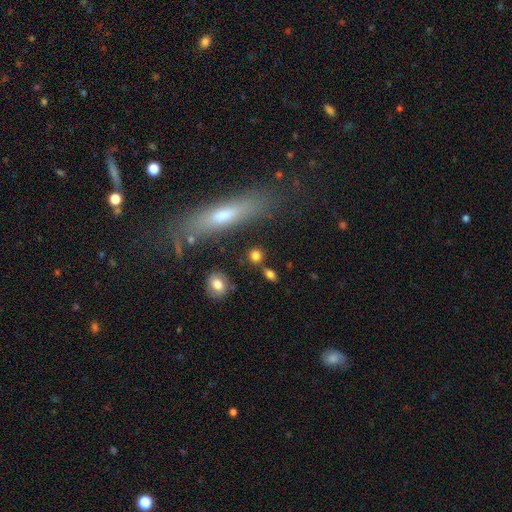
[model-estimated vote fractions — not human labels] The model was most divided on "how rounded": round: 69%, in between: 22%, cigar-shaped: 9%. More confident: smooth or featured — smooth (80%); merging — none (77%).